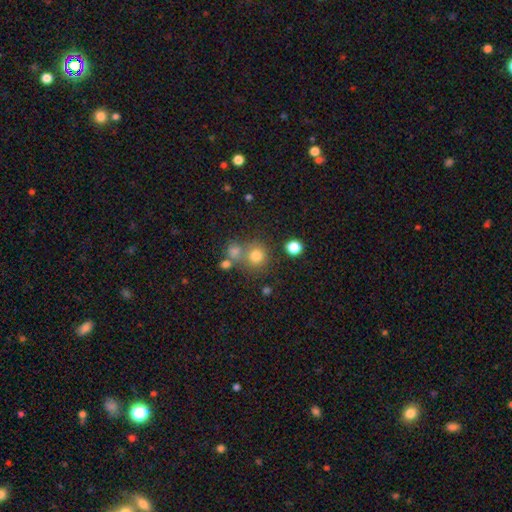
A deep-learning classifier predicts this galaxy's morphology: smooth-or-featured: smooth: 75% | star or artifact: 16% | featured or disk: 9%
  how-rounded: round: 89% | in between: 10% | cigar-shaped: 1%
  merging: none: 62% | merger: 23% | minor disturbance: 9% | major disturbance: 5%